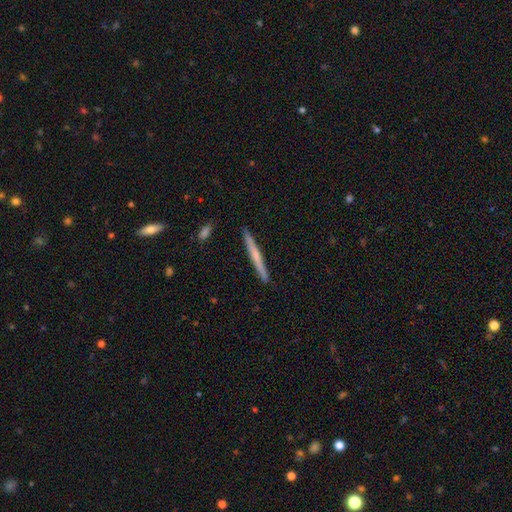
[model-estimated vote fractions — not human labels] Morphology: type=featured or disk (49%); merging=none (92%).